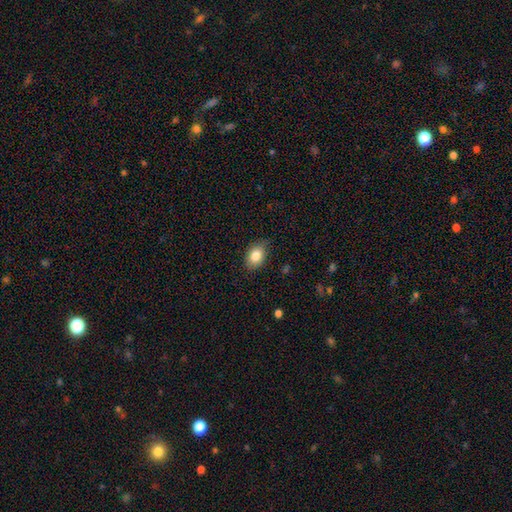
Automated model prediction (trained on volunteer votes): A smooth galaxy with no disk features (84%) that is in between round and cigar-shaped (80%). Merging: none (79%).